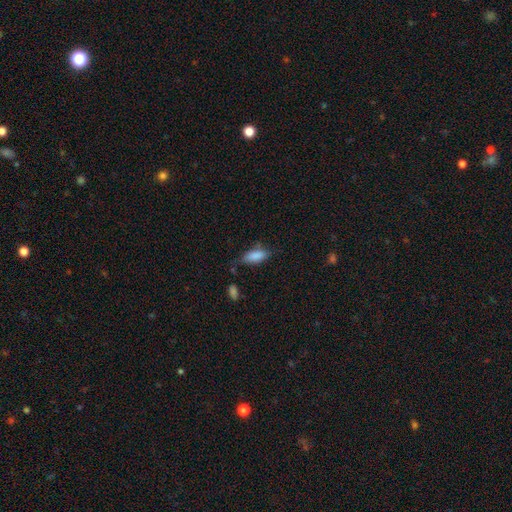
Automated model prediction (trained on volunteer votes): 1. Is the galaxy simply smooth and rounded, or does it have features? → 84% smooth, 9% featured or disk, 7% star or artifact.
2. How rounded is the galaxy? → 80% in between, 17% cigar-shaped, 2% round.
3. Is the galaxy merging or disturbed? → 55% none, 30% minor disturbance, 10% major disturbance, 6% merger.